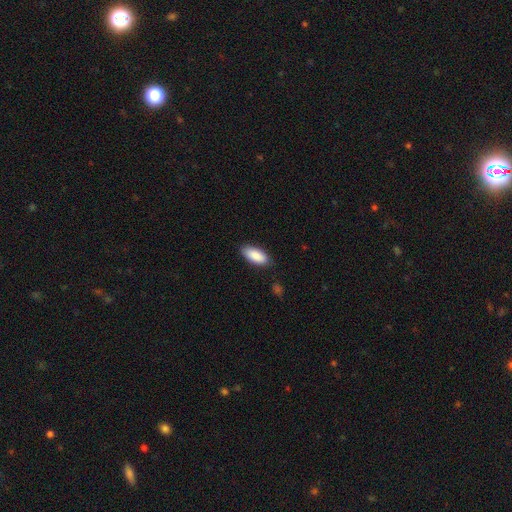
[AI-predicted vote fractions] Smooth or featured: smooth — 89% (star or artifact — 6%)
How rounded: in between — 87% (cigar-shaped — 11%)
Merging: none — 84% (minor disturbance — 12%)